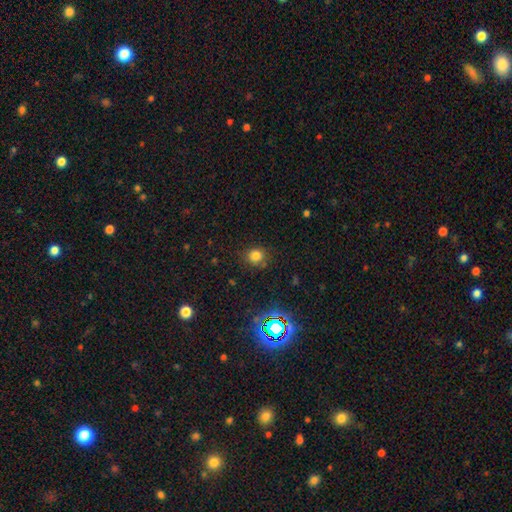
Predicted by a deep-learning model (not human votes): This appears to be a smooth galaxy with no disk features (77%) that is round (81%). Merging: none (80%).